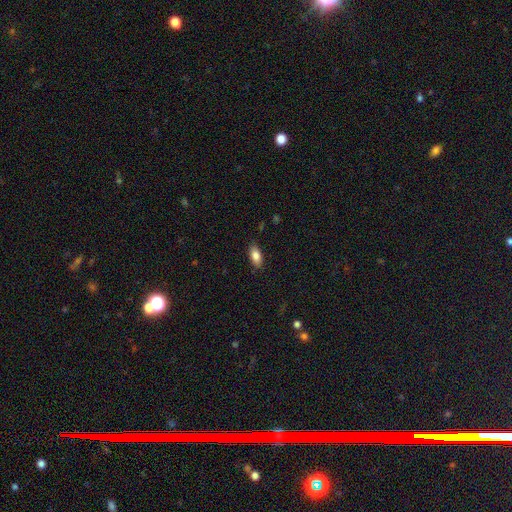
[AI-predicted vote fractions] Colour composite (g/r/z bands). It shows a smooth galaxy with no disk features (83%) that is in between round and cigar-shaped (88%). Merging: none (85%).